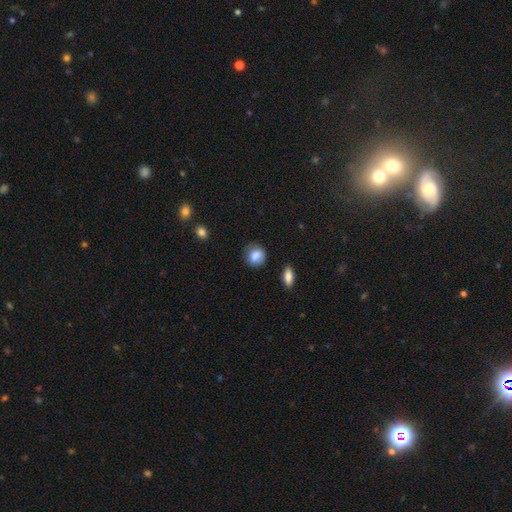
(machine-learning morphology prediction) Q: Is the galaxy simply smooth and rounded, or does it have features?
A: smooth — 86%.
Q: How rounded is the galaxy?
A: round — 71%.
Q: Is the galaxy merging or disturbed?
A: none — 74%.